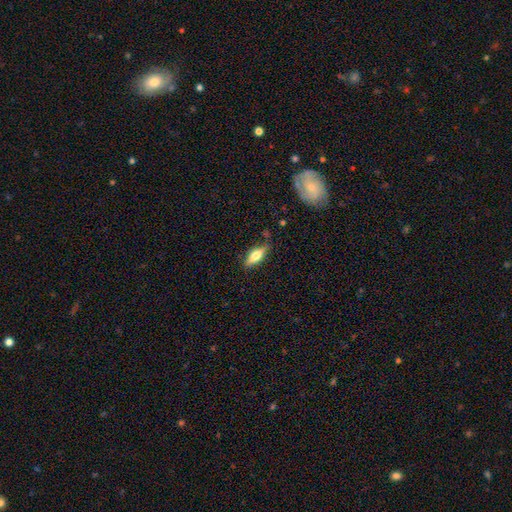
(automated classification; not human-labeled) A smooth galaxy with no disk features (58%) that is in between round and cigar-shaped (59%). Merging: none (80%).